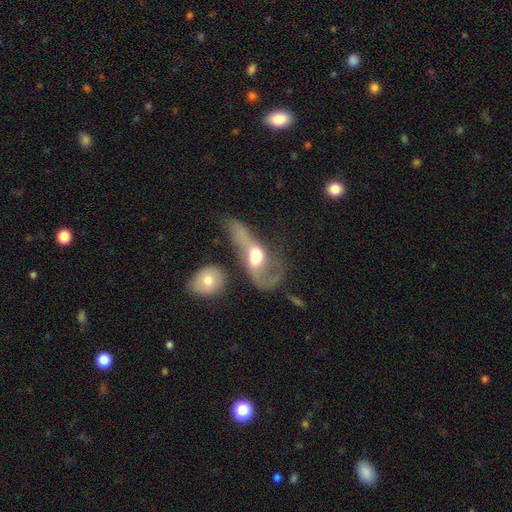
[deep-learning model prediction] Q: Smooth or featured?
A: featured or disk (57%); runner-up: smooth (34%)
Q: Edge-on disk?
A: no (86%); runner-up: yes (14%)
Q: Merging?
A: major disturbance (43%); runner-up: merger (31%)